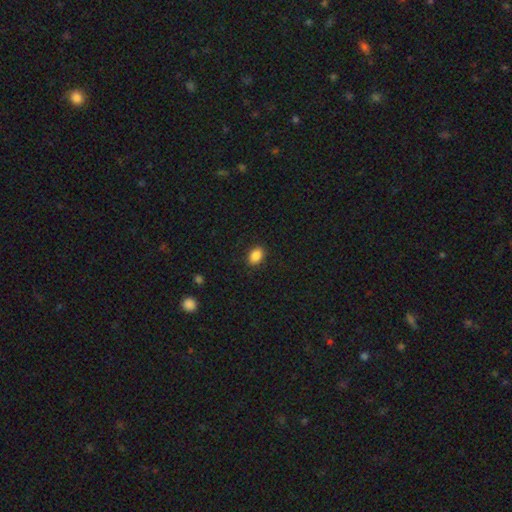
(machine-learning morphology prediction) A smooth galaxy with no disk features (87%) that is in between round and cigar-shaped (76%).

Vote fractions:
- Smooth or featured? smooth: 87% / star or artifact: 9% / featured or disk: 4%
- How rounded? in between: 76% / round: 23% / cigar-shaped: 1%
- Merging? none: 89% / minor disturbance: 8% / major disturbance: 2% / merger: 1%